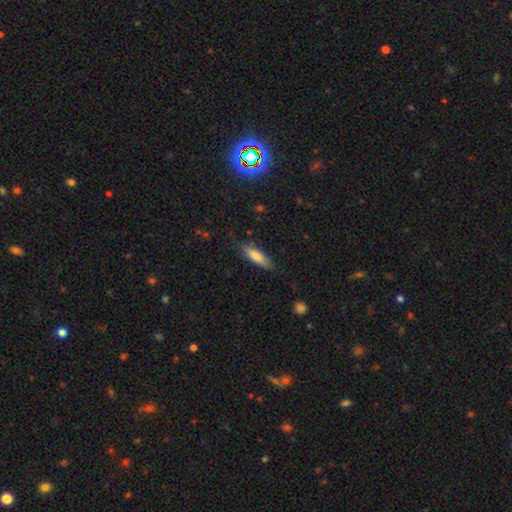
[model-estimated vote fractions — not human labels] smooth 72%, featured or disk 21%, star or artifact 7%. Down the decision tree: how rounded — cigar-shaped (57%); merging — none (75%).